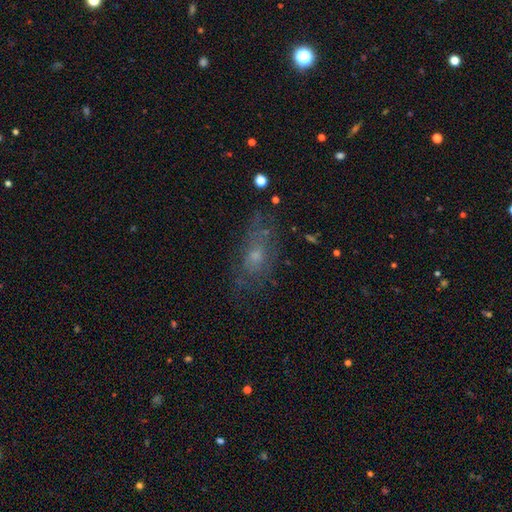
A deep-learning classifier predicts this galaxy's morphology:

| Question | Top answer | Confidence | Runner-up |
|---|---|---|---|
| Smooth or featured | featured or disk | 44% | smooth (41%) |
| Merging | none | 63% | minor disturbance (22%) |